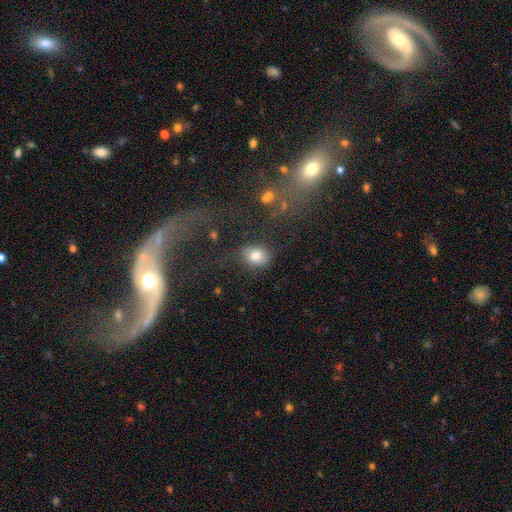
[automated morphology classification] The model was most divided on "how rounded": in between: 50%, round: 48%, cigar-shaped: 2%. More confident: smooth or featured — smooth (78%); merging — none (65%).